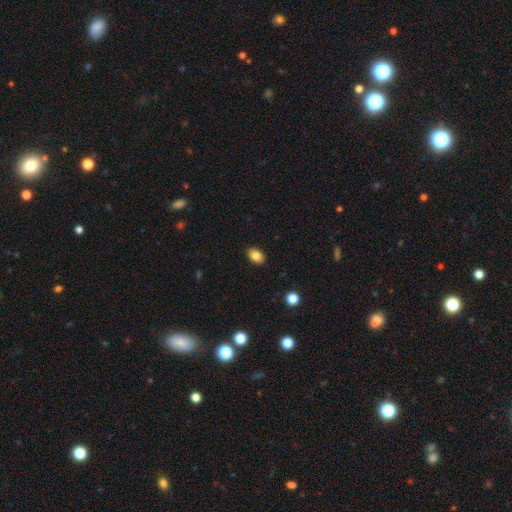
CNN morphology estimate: Q: Smooth or featured?
A: smooth (84%); runner-up: star or artifact (9%)
Q: How rounded?
A: in between (74%); runner-up: round (25%)
Q: Merging?
A: none (90%); runner-up: minor disturbance (7%)